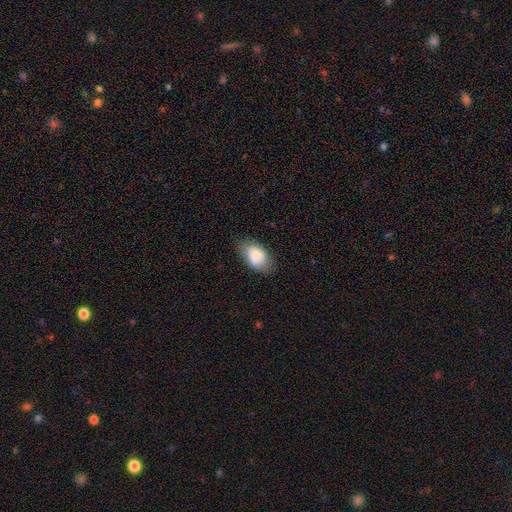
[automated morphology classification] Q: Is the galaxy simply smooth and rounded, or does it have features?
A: smooth — 81%.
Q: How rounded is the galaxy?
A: in between — 91%.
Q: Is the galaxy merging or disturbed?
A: none — 69%.